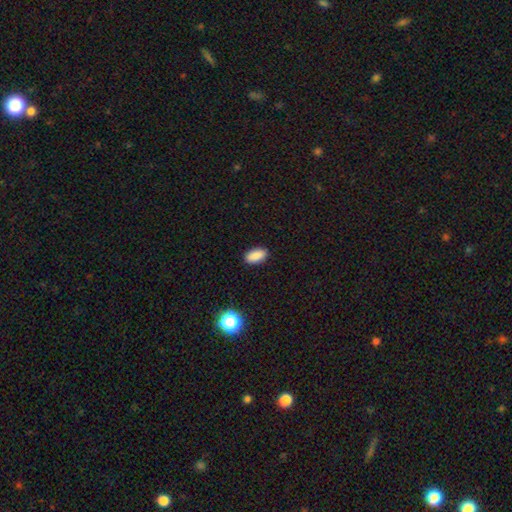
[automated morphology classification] smooth_or_featured: smooth (p=0.88) [alt: star or artifact p=0.09]
how_rounded: in between (p=0.93) [alt: round p=0.04]
merging: none (p=0.89) [alt: minor disturbance p=0.08]